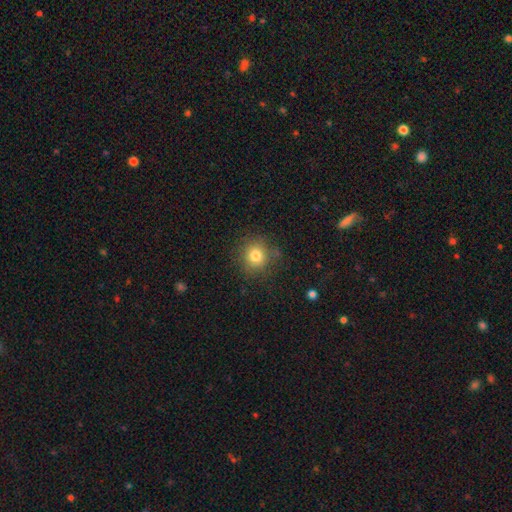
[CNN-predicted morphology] smooth 80%, star or artifact 13%, featured or disk 7%. Down the decision tree: how rounded — round (89%); merging — none (83%).